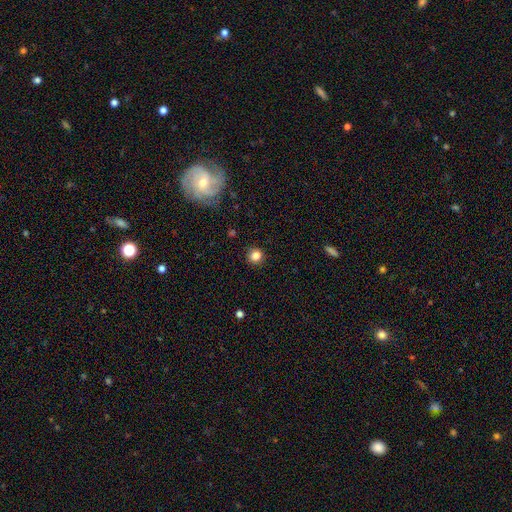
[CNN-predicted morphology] The model was most divided on "smooth or featured": smooth: 83%, star or artifact: 12%, featured or disk: 5%. More confident: how rounded — round (90%); merging — none (88%).